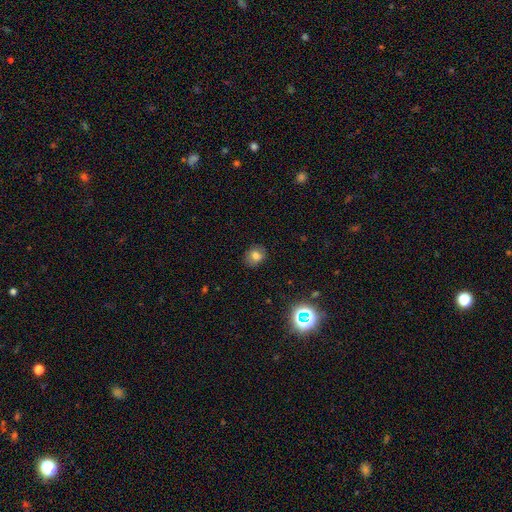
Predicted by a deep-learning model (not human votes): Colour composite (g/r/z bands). It shows a smooth galaxy with no disk features (74%) that is round (63%). Merging: none (84%).